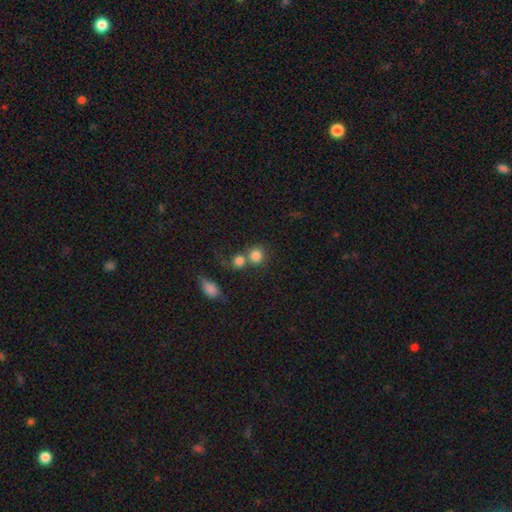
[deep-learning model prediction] This is clearly a smooth galaxy (81%). How rounded: clearly round (85%). Merging: possibly none (51%).